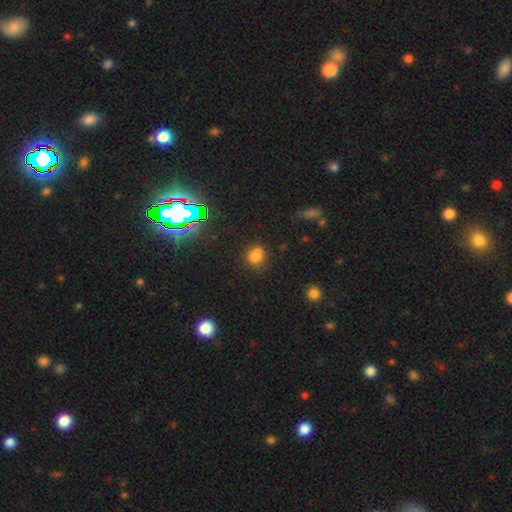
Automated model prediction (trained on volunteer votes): Smooth or featured: smooth — 71% (star or artifact — 19%)
How rounded: round — 74% (in between — 25%)
Merging: none — 53% (merger — 26%)